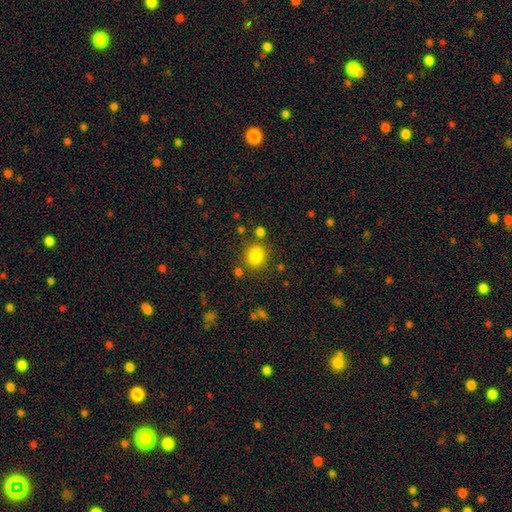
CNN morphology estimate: A smooth galaxy with no disk features (83%) that is round (65%). Merging: none (79%).